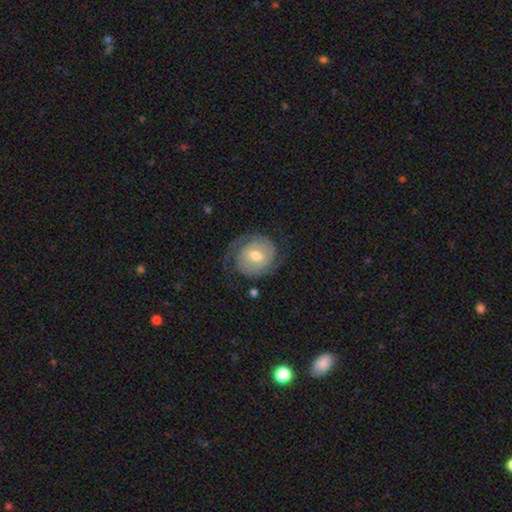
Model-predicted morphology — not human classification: Smooth or featured?
  - featured or disk: 81% *
  - smooth: 14%
  - star or artifact: 5%
Edge-on disk?
  - no: 98% *
  - yes: 2%
Bar?
  - no: 48% *
  - weak: 42%
  - strong: 10%
Spiral arms?
  - yes: 94% *
  - no: 6%
Spiral winding?
  - tight: 53% *
  - medium: 33%
  - loose: 14%
Spiral arm count?
  - 2: 82% *
  - can't tell: 7%
  - 1: 6%
  - 3: 2%
  - 4: 1%
  - more than 4: 1%
Bulge size?
  - moderate: 71% *
  - small: 22%
  - large: 5%
  - none: 1%
  - dominant: 1%
Merging?
  - none: 72% *
  - minor disturbance: 15%
  - major disturbance: 11%
  - merger: 2%